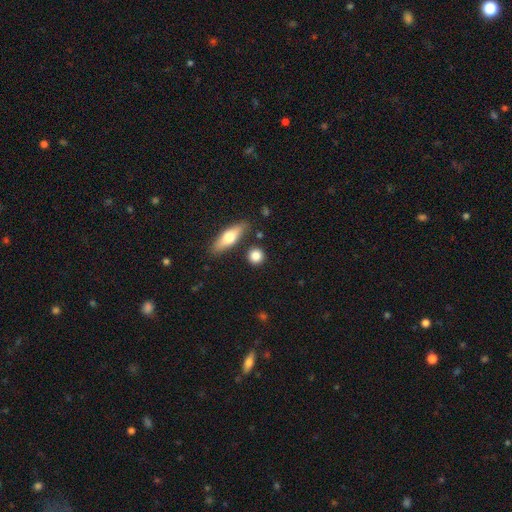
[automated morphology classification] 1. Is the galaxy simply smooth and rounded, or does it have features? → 82% smooth, 11% featured or disk, 7% star or artifact.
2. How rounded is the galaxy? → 80% round, 15% in between, 6% cigar-shaped.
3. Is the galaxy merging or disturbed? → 81% none, 10% minor disturbance, 6% merger, 3% major disturbance.